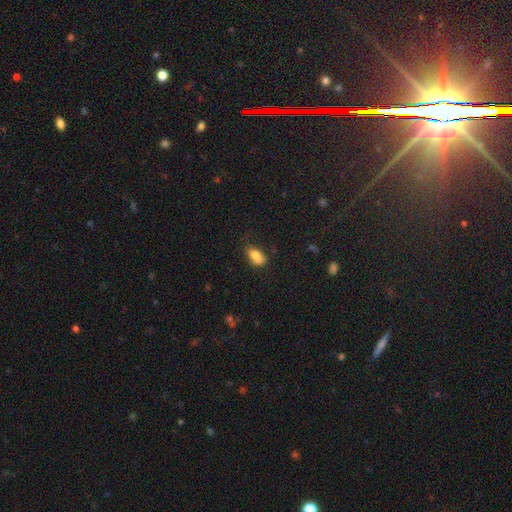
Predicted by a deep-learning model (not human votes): Overall: smooth (80%). How rounded: in between (87%). Merging: none (53%; minor disturbance 30%).